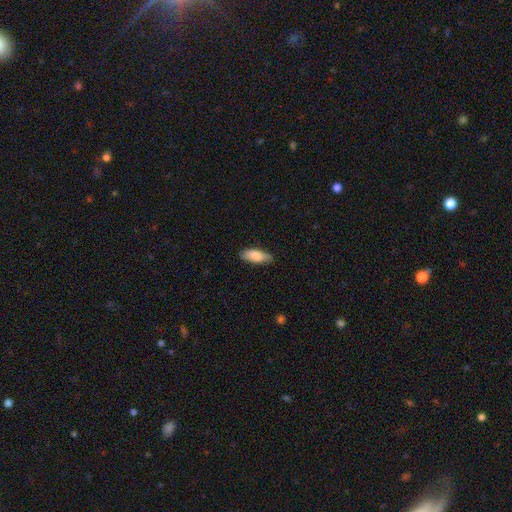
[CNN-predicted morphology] smooth-or-featured: smooth: 82% | featured or disk: 13% | star or artifact: 6%
  how-rounded: in between: 72% | cigar-shaped: 26% | round: 2%
  merging: none: 79% | minor disturbance: 17% | major disturbance: 3% | merger: 1%